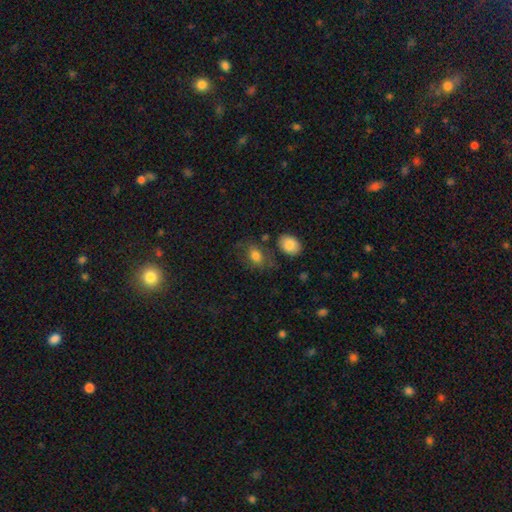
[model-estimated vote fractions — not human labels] A smooth galaxy with no disk features (77%) that is in between round and cigar-shaped (78%).

Vote fractions:
- Smooth or featured? smooth: 77% / featured or disk: 14% / star or artifact: 10%
- How rounded? in between: 78% / round: 20% / cigar-shaped: 2%
- Merging? none: 58% / minor disturbance: 21% / major disturbance: 11% / merger: 9%